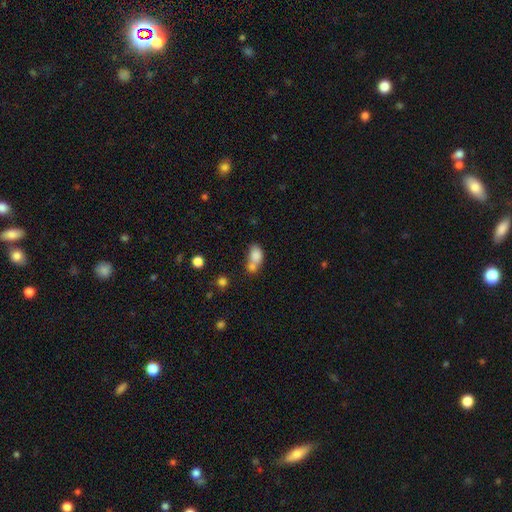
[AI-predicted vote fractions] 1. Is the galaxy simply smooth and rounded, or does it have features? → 79% smooth, 11% featured or disk, 10% star or artifact.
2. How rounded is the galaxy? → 79% in between, 18% round, 3% cigar-shaped.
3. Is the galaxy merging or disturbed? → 55% merger, 28% none, 12% minor disturbance, 6% major disturbance.